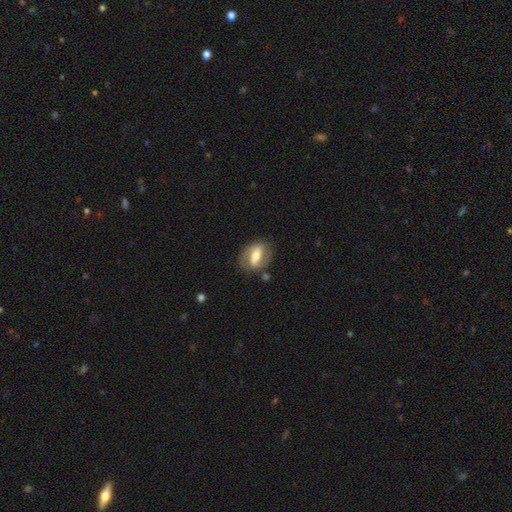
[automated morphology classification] A featured or disk galaxy (61%) with a strong bar (56%), spiral arms (67%) and a moderate central bulge (57%).

Vote fractions:
- Smooth or featured? featured or disk: 61% / smooth: 32% / star or artifact: 6%
- Edge-on disk? no: 91% / yes: 9%
- Bar? strong: 56% / weak: 29% / no: 15%
- Spiral arms? yes: 67% / no: 33%
- Bulge size? moderate: 57% / small: 21% / large: 17% / none: 3% / dominant: 2%
- Merging? none: 74% / minor disturbance: 16% / major disturbance: 7% / merger: 4%